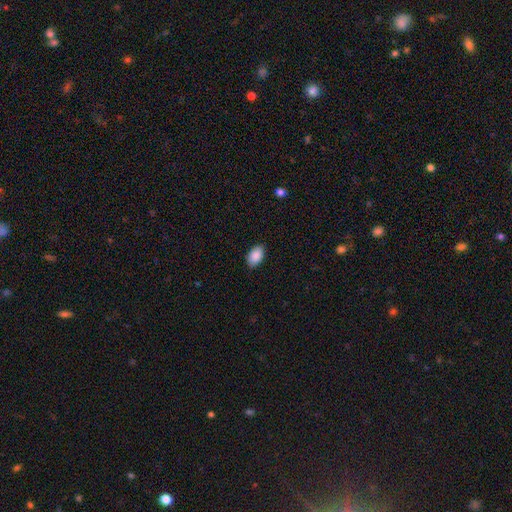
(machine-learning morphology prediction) A smooth galaxy with no disk features (89%) that is in between round and cigar-shaped (92%). Merging: none (85%).